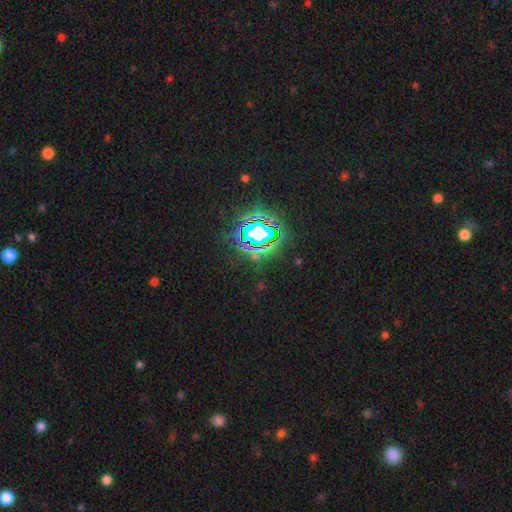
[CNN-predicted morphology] A star or artifact, not a galaxy (79%).